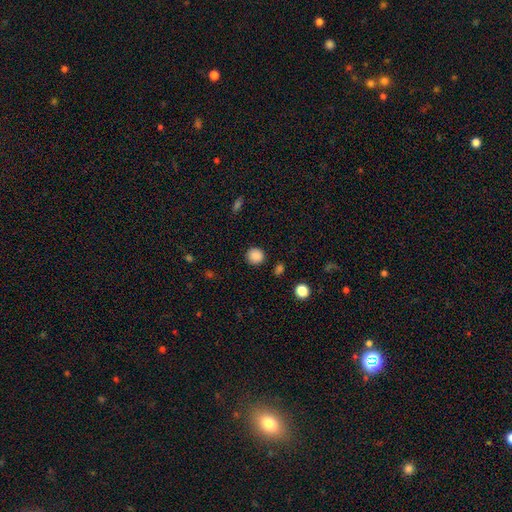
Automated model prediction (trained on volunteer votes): A smooth galaxy with no disk features (87%) that is round (91%).

Vote fractions:
- Smooth or featured? smooth: 87% / star or artifact: 10% / featured or disk: 3%
- How rounded? round: 91% / in between: 8% / cigar-shaped: 1%
- Merging? none: 89% / minor disturbance: 7% / major disturbance: 2% / merger: 2%